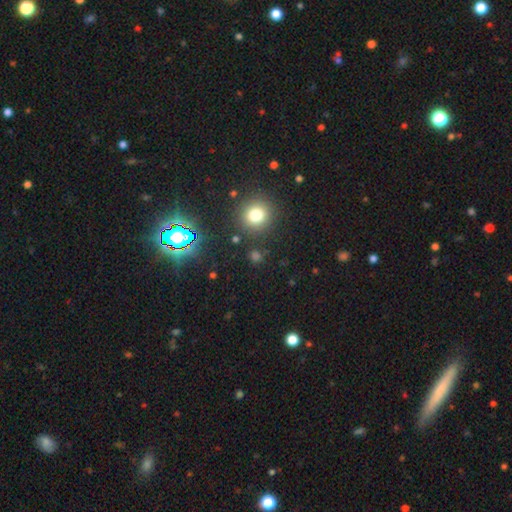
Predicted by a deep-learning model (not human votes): smooth-or-featured: smooth: 53% | star or artifact: 40% | featured or disk: 7%
  how-rounded: round: 88% | in between: 10% | cigar-shaped: 2%
  merging: none: 87% | minor disturbance: 7% | major disturbance: 3% | merger: 3%